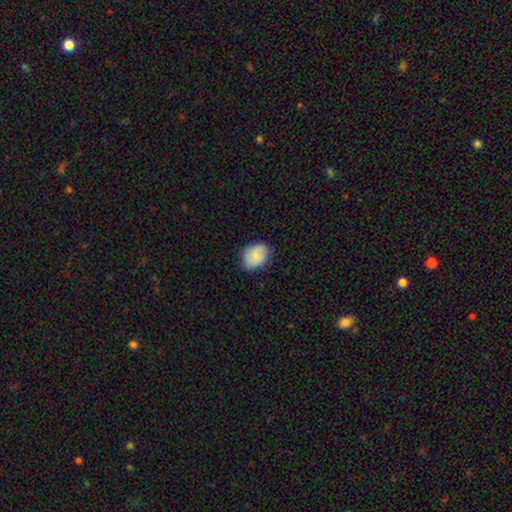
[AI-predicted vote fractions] This appears to be a smooth galaxy with no disk features (84%) that is in between round and cigar-shaped (59%). Merging: none (81%).